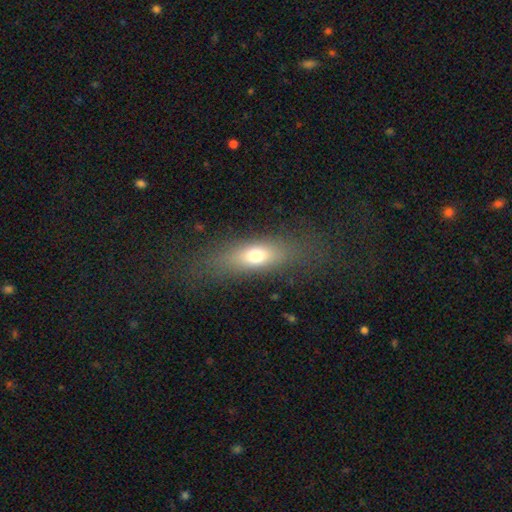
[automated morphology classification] The model was most divided on "how rounded": in between: 64%, cigar-shaped: 28%, round: 8%. More confident: merging — none (74%); smooth or featured — smooth (68%).